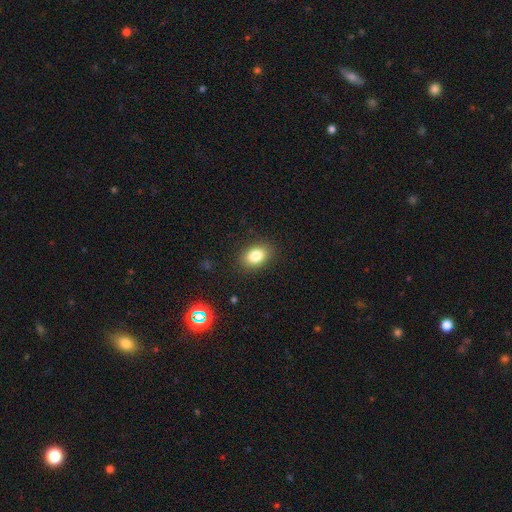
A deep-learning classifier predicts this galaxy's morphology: This is clearly a smooth galaxy (83%). How rounded: clearly in between (82%). Merging: clearly none (87%).